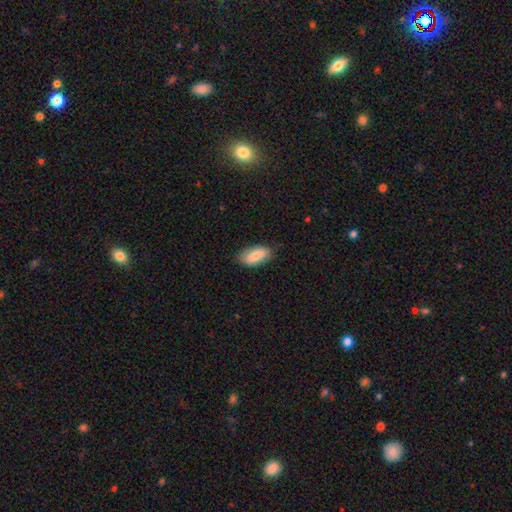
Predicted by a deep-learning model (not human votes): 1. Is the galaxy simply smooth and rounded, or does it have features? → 81% smooth, 12% featured or disk, 6% star or artifact.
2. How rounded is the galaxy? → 87% in between, 11% cigar-shaped, 2% round.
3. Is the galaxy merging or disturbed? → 80% none, 16% minor disturbance, 3% major disturbance, 1% merger.